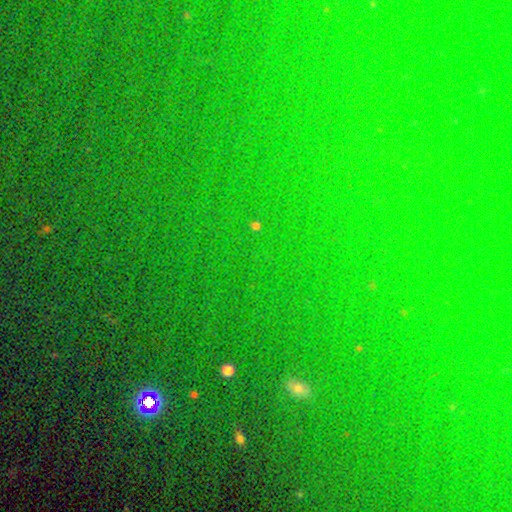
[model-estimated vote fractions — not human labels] smooth-or-featured: star or artifact: 78% | smooth: 14% | featured or disk: 8%